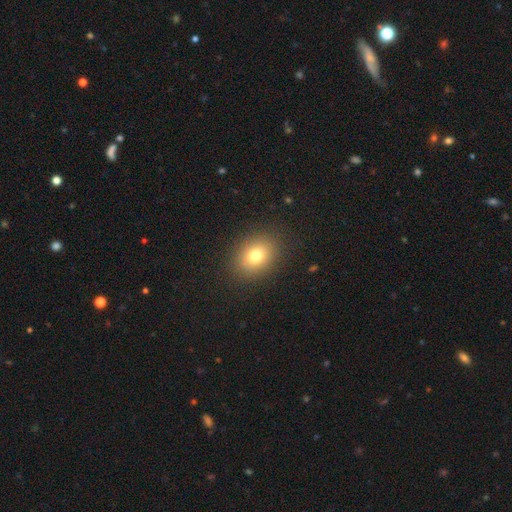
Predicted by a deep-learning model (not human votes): Smooth or featured? smooth (78%)
How rounded? in between (57%)
Merging? none (88%)